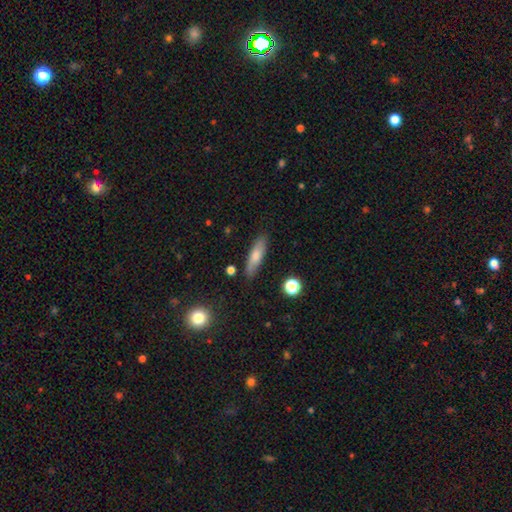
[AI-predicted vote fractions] Smooth or featured? Predicted: smooth (p=0.73). How rounded? Predicted: cigar-shaped (p=0.62). Merging? Predicted: none (p=0.83).